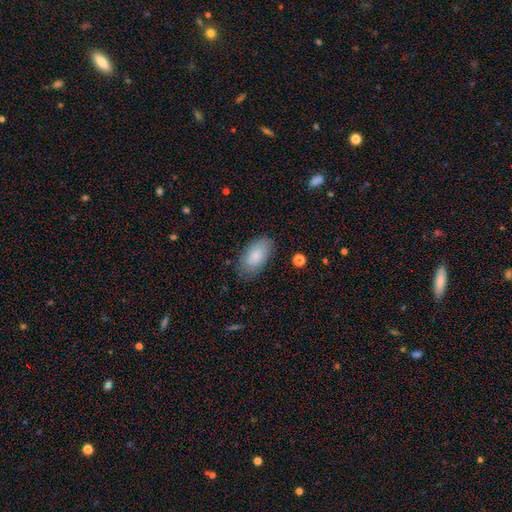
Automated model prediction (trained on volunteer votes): The model was most divided on "merging": none: 77%, minor disturbance: 17%, major disturbance: 4%, merger: 1%. More confident: how rounded — in between (94%); smooth or featured — smooth (83%).